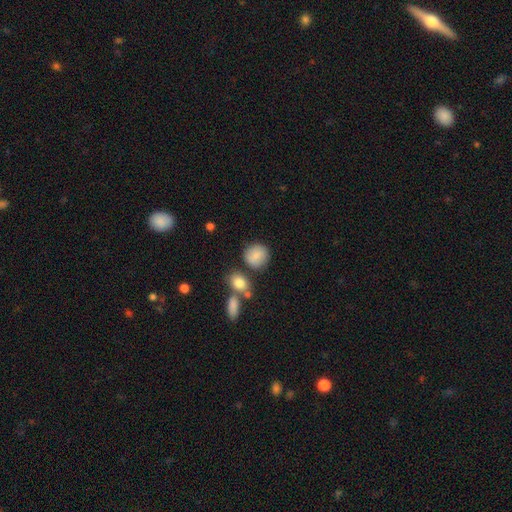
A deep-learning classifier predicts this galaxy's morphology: This is clearly a smooth galaxy (84%). How rounded: clearly round (81%). Merging: likely none (74%).